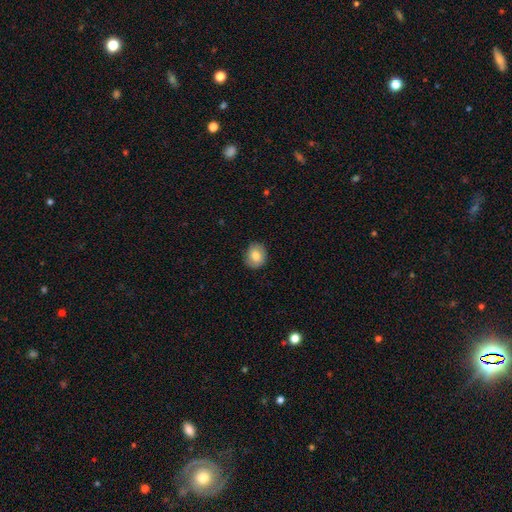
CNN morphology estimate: Smooth or featured?
  - smooth: 77% *
  - featured or disk: 15%
  - star or artifact: 8%
How rounded?
  - round: 70% *
  - in between: 29%
  - cigar-shaped: 1%
Merging?
  - none: 84% *
  - minor disturbance: 13%
  - major disturbance: 3%
  - merger: 1%